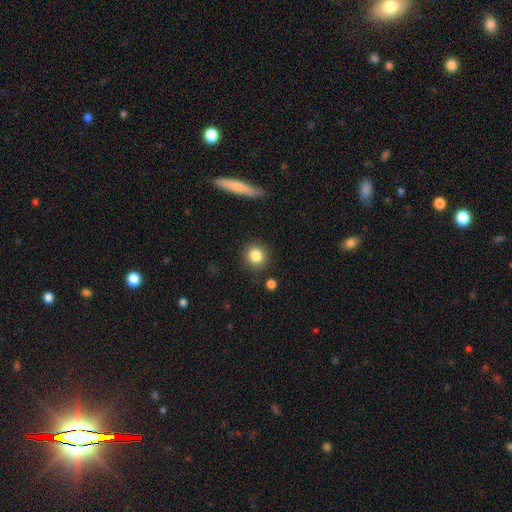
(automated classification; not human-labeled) A smooth galaxy with no disk features (84%) that is round (88%).

Vote fractions:
- Smooth or featured? smooth: 84% / star or artifact: 10% / featured or disk: 6%
- How rounded? round: 88% / in between: 10% / cigar-shaped: 1%
- Merging? none: 88% / minor disturbance: 8% / major disturbance: 2% / merger: 2%